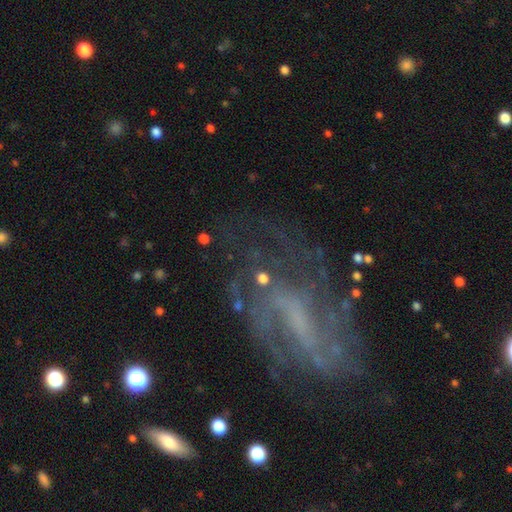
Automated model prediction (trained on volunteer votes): This appears to be a featured or disk galaxy (79%) with a weak bar (45%), medium (42%) spiral arms (86%) and no central bulge (46%). Merging: none (60%).